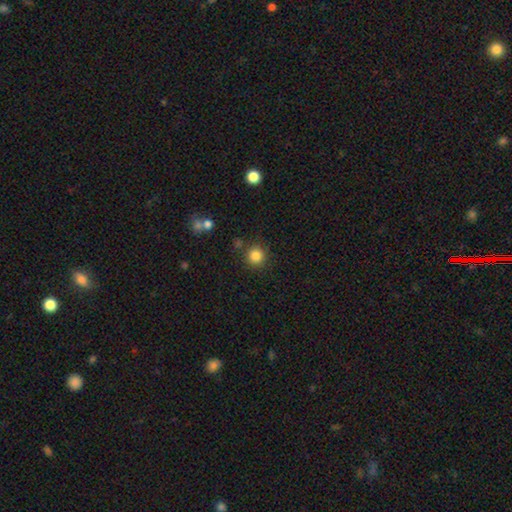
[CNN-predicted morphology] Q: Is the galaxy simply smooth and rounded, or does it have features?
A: smooth — 84%.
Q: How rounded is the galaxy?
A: round — 94%.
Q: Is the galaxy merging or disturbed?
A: none — 84%.